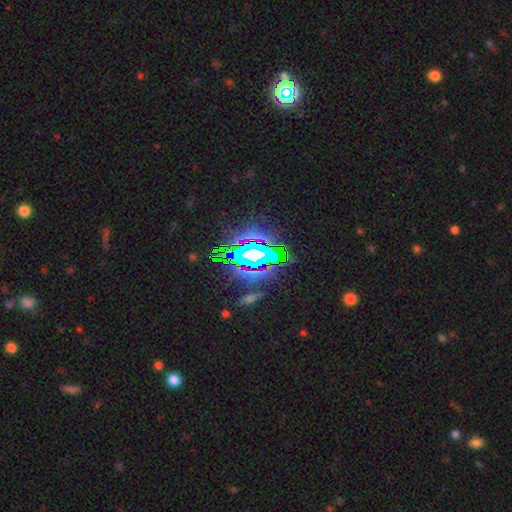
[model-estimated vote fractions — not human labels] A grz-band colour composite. It shows a star or artifact, not a galaxy (71%).